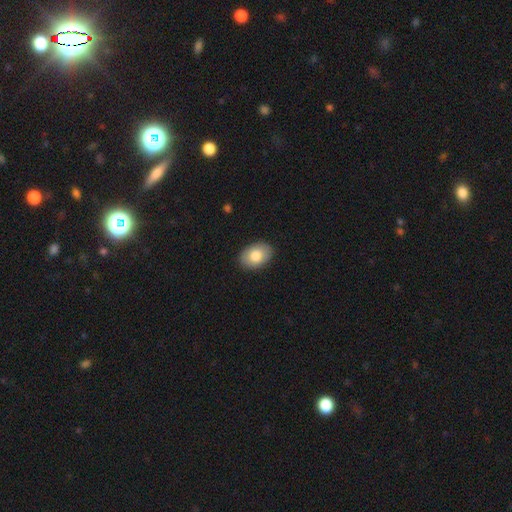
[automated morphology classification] Smooth or featured: smooth — 82% (featured or disk — 12%)
How rounded: in between — 84% (round — 15%)
Merging: none — 89% (minor disturbance — 8%)